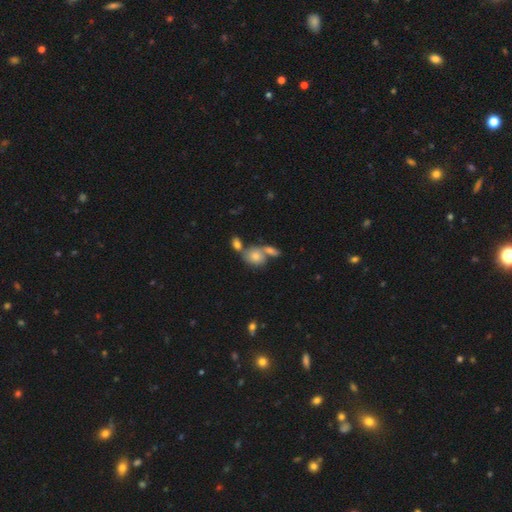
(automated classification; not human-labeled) This appears to be a smooth galaxy with no disk features (64%) that is round (58%). Merging: none (42%).